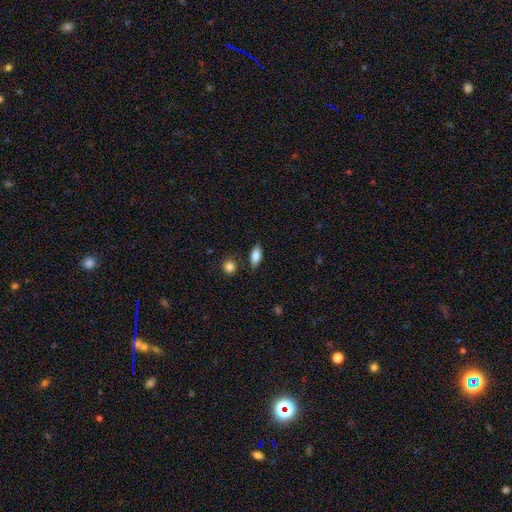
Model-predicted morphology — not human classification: A smooth galaxy with no disk features (77%) that is in between round and cigar-shaped (81%). Merging: none (82%).